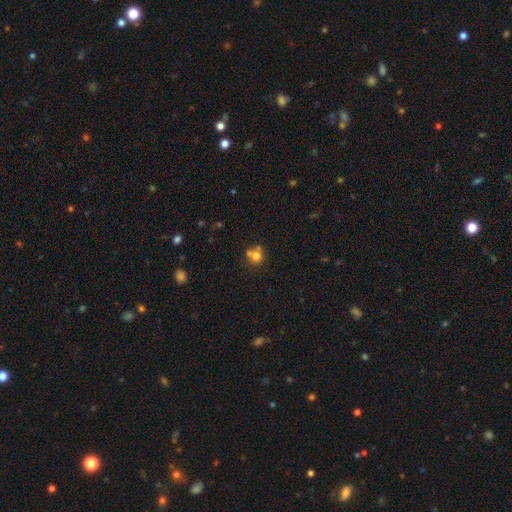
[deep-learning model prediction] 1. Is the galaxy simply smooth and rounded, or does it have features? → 72% smooth, 15% featured or disk, 13% star or artifact.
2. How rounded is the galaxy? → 83% round, 16% in between, 1% cigar-shaped.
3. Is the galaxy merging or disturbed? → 48% none, 36% merger, 12% minor disturbance, 5% major disturbance.